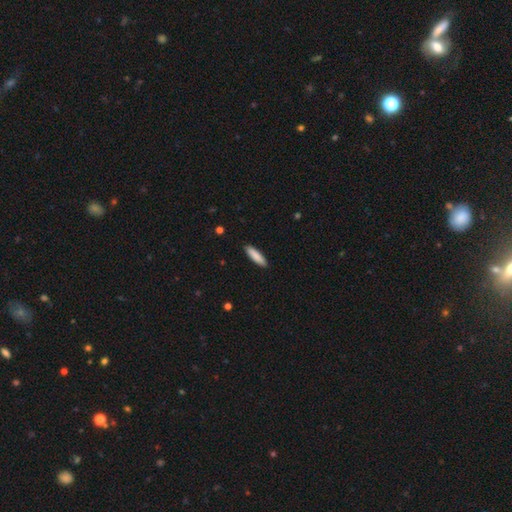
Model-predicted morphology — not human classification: Smooth or featured? smooth (88%)
How rounded? cigar-shaped (71%)
Merging? none (91%)